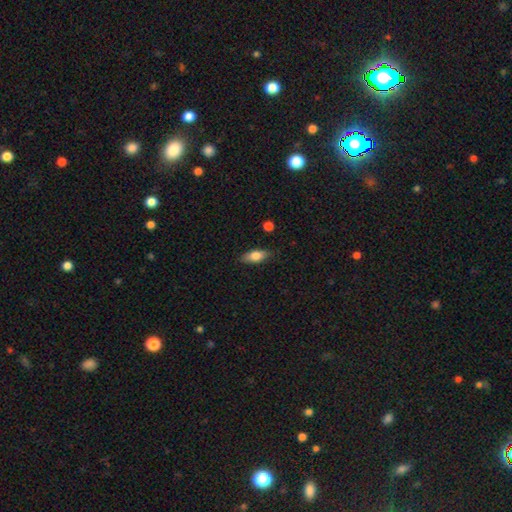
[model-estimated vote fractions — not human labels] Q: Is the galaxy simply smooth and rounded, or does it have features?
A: smooth — 77%.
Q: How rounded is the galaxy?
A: in between — 79%.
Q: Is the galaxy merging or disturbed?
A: none — 82%.